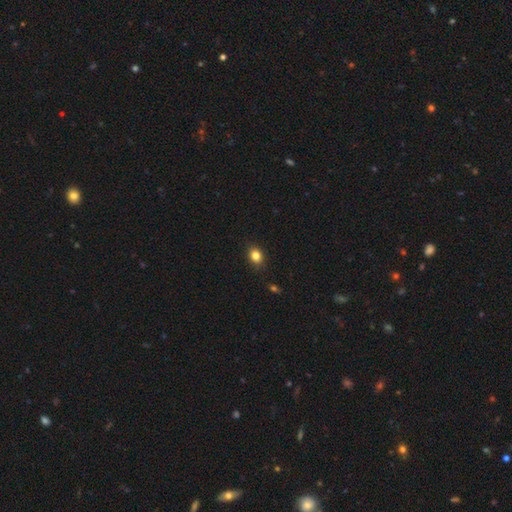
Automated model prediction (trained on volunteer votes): Overall: smooth (83%). How rounded: in between (54%; round 45%). Merging: none (86%).